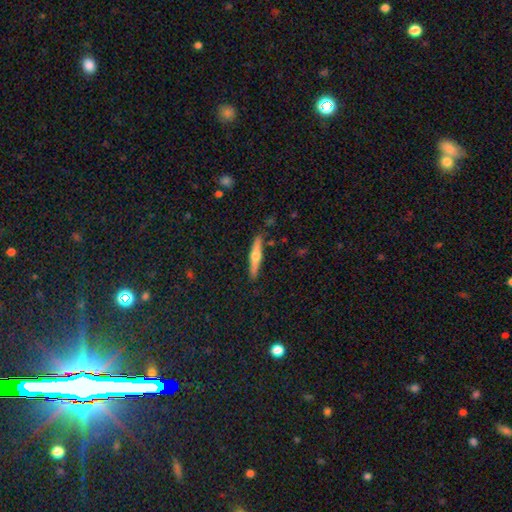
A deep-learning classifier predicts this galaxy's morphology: Smooth or featured? featured or disk (58%)
Edge-on disk? yes (96%)
Edge-on bulge? rounded (93%)
Merging? none (89%)